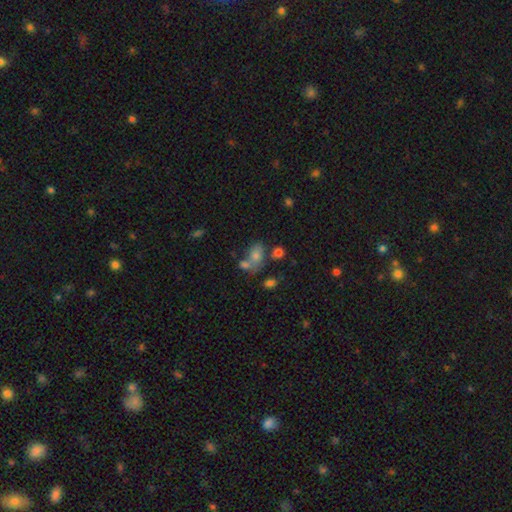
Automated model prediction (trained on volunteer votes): Overall: smooth (69%). How rounded: in between (78%). Merging: none (42%; merger 33%).